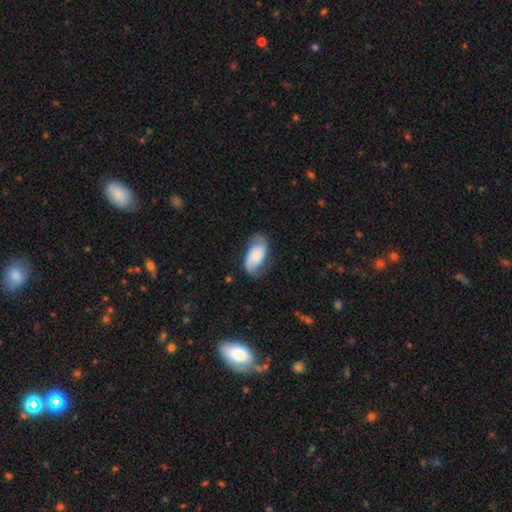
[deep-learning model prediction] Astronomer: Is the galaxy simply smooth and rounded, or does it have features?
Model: featured or disk — 52% (runner-up: smooth, 42%).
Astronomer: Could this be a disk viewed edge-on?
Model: no — 95%.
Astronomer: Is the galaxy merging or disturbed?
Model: none — 66%.